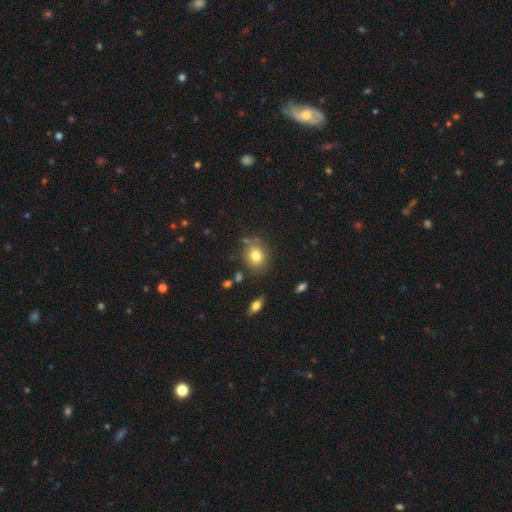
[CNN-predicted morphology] Smooth or featured?
  - smooth: 79% *
  - star or artifact: 11%
  - featured or disk: 10%
How rounded?
  - round: 72% *
  - in between: 27%
  - cigar-shaped: 1%
Merging?
  - none: 76% *
  - minor disturbance: 13%
  - merger: 7%
  - major disturbance: 4%